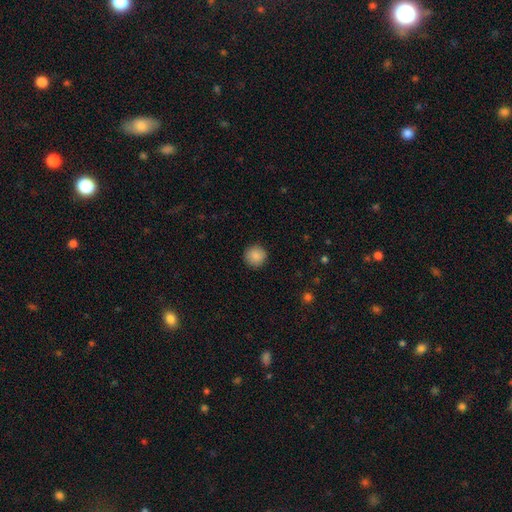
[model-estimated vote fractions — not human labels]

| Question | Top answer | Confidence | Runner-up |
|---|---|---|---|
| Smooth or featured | smooth | 88% | star or artifact (9%) |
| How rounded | round | 95% | in between (4%) |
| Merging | none | 92% | minor disturbance (5%) |